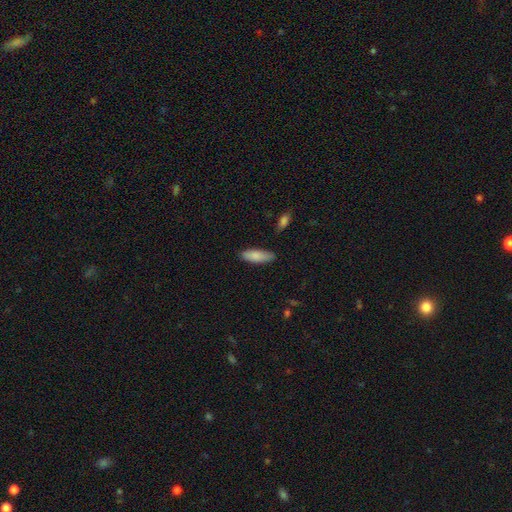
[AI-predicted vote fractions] Smooth or featured: smooth — 85% (featured or disk — 9%)
How rounded: in between — 63% (cigar-shaped — 36%)
Merging: none — 83% (minor disturbance — 13%)